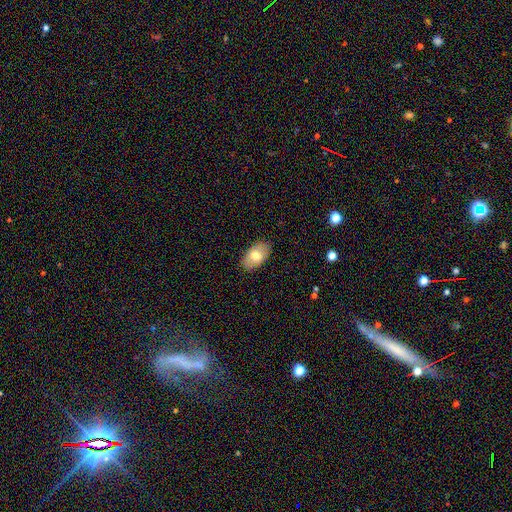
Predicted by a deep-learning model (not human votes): Smooth or featured?
  - smooth: 71% *
  - featured or disk: 22%
  - star or artifact: 7%
How rounded?
  - in between: 93% *
  - round: 5%
  - cigar-shaped: 2%
Merging?
  - none: 87% *
  - minor disturbance: 10%
  - major disturbance: 2%
  - merger: 1%